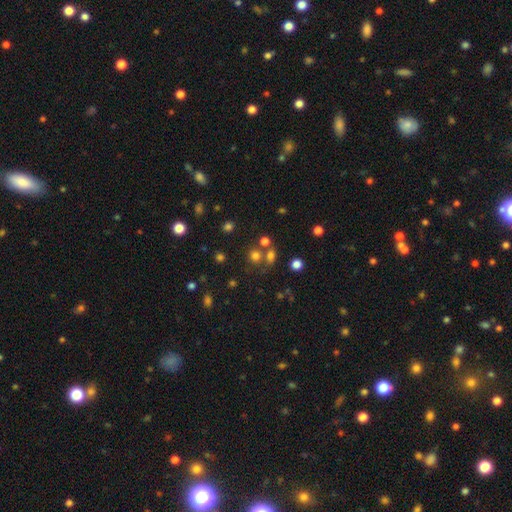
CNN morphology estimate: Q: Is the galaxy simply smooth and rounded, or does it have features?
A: smooth — 69%.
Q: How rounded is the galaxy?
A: round — 83%.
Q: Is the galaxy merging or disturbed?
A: none — 62%.